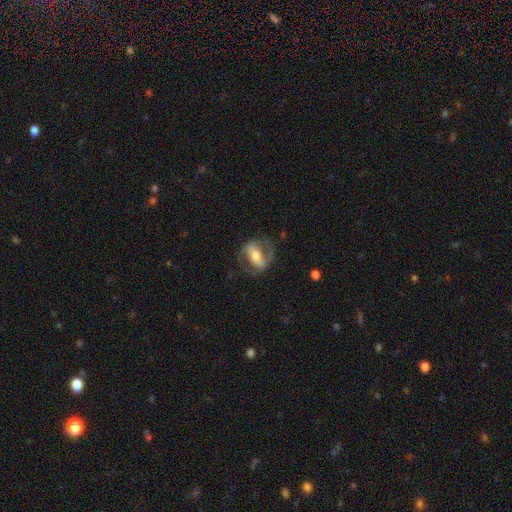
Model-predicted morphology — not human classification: type=featured or disk (74%); edge-on=no (94%); bar=strong (55%); spiral arms=yes (85%); winding=medium (52%); arm count=2 (86%); bulge=moderate (60%); merging=none (70%).